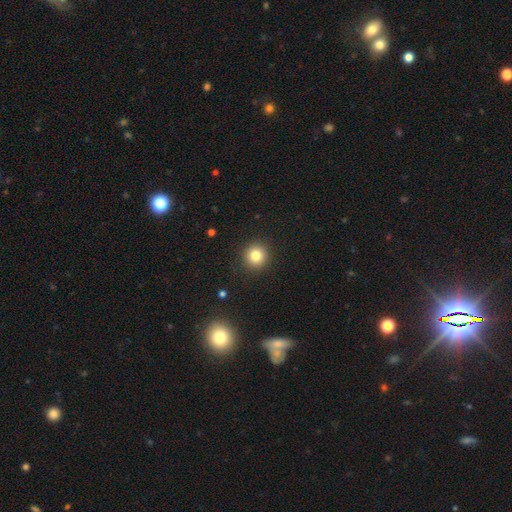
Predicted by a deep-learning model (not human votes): A smooth galaxy with no disk features (82%) that is round (93%).

Vote fractions:
- Smooth or featured? smooth: 82% / star or artifact: 12% / featured or disk: 6%
- How rounded? round: 93% / in between: 6% / cigar-shaped: 1%
- Merging? none: 91% / minor disturbance: 5% / major disturbance: 2% / merger: 1%